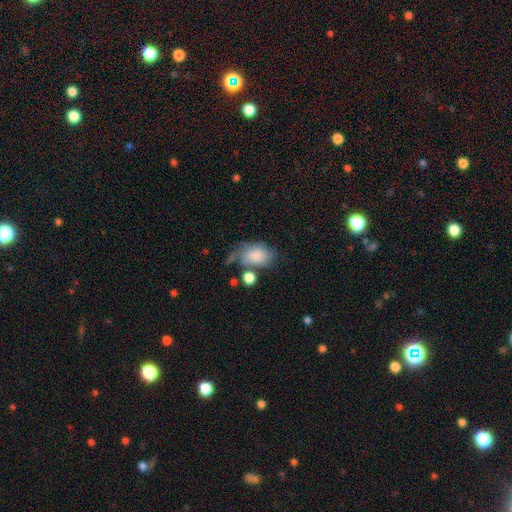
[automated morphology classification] Smooth or featured? smooth (74%)
How rounded? in between (84%)
Merging? none (31%)